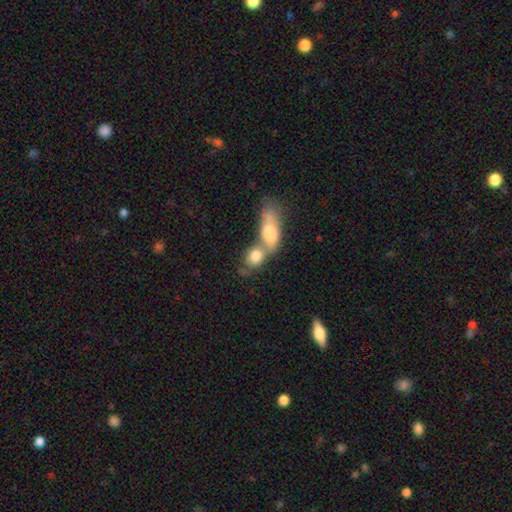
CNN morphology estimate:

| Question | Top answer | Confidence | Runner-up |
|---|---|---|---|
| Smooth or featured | smooth | 78% | featured or disk (15%) |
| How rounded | in between | 58% | round (35%) |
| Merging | merger | 66% | none (22%) |